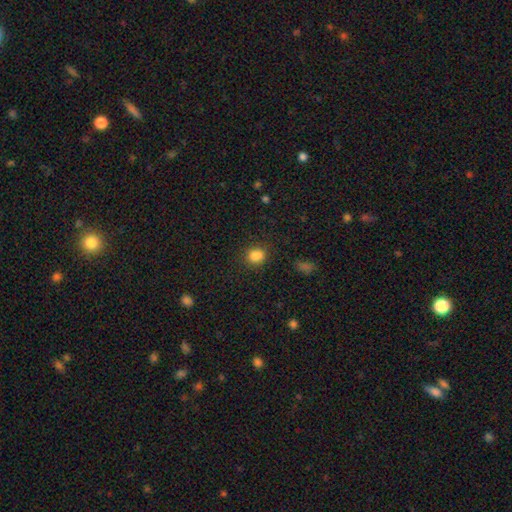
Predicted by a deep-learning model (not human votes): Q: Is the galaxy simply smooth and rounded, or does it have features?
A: smooth — 83%.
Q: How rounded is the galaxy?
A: round — 57%.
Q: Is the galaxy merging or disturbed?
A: none — 72%.